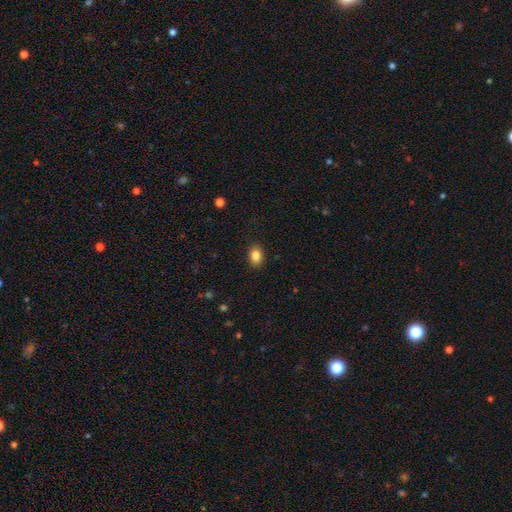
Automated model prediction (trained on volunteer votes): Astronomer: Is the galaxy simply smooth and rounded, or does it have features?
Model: smooth — 86%.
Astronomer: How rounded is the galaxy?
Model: in between — 76%.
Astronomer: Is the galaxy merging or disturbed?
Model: none — 88%.